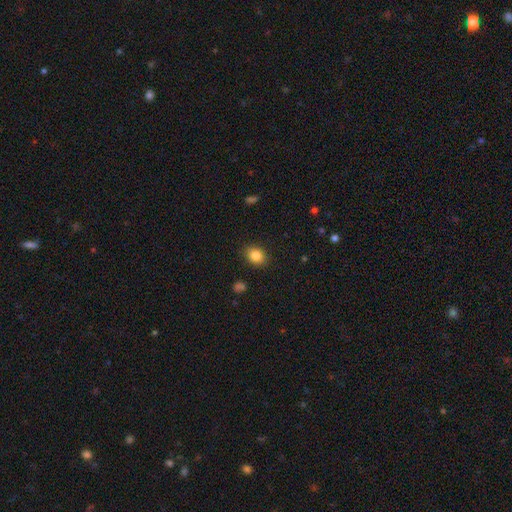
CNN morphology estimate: Smooth or featured? smooth (85%)
How rounded? in between (50%)
Merging? none (88%)